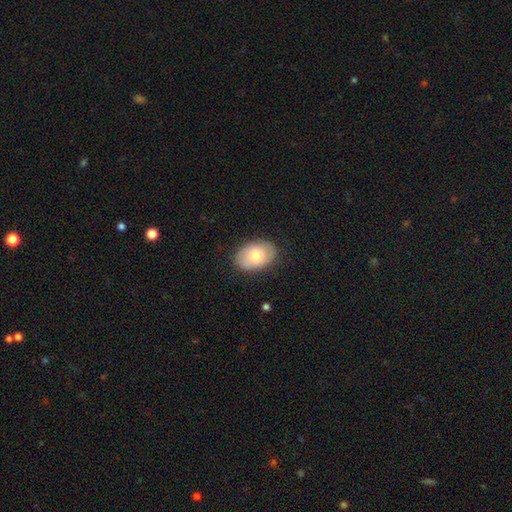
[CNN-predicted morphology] Smooth or featured? smooth (72%)
How rounded? in between (84%)
Merging? none (82%)